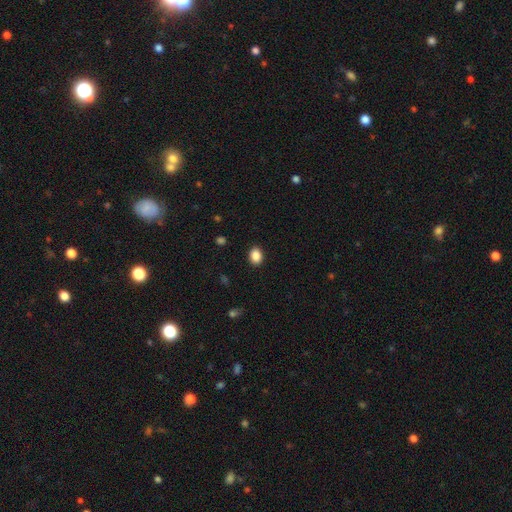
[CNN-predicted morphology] type=smooth (88%); roundness=in between (62%); merging=none (90%).